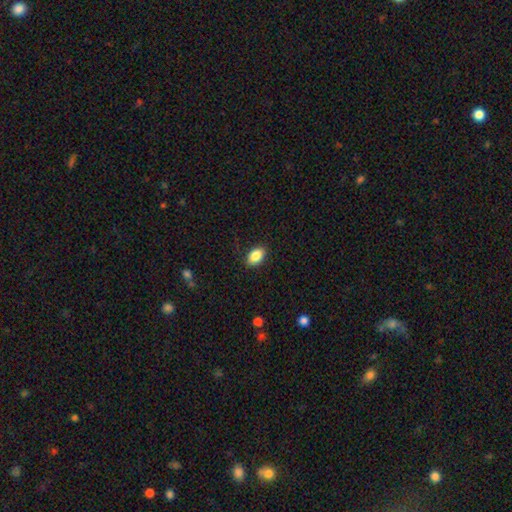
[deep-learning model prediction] Overall: smooth (87%). How rounded: in between (89%). Merging: none (86%).